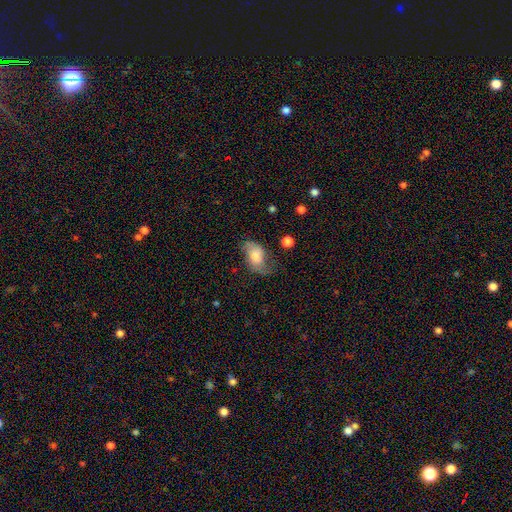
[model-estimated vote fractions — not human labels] Smooth or featured?
  - smooth: 59% *
  - featured or disk: 33%
  - star or artifact: 8%
How rounded?
  - in between: 89% *
  - round: 9%
  - cigar-shaped: 2%
Merging?
  - none: 45% *
  - minor disturbance: 32%
  - major disturbance: 20%
  - merger: 3%